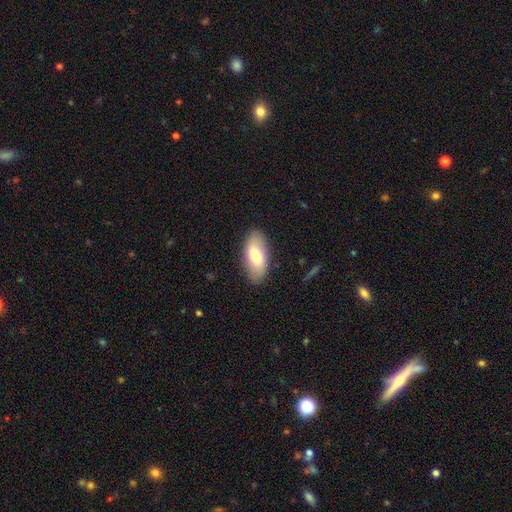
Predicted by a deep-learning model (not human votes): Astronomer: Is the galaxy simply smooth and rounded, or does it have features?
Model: smooth — 70%.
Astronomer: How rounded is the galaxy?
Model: in between — 91%.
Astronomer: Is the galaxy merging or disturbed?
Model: none — 87%.